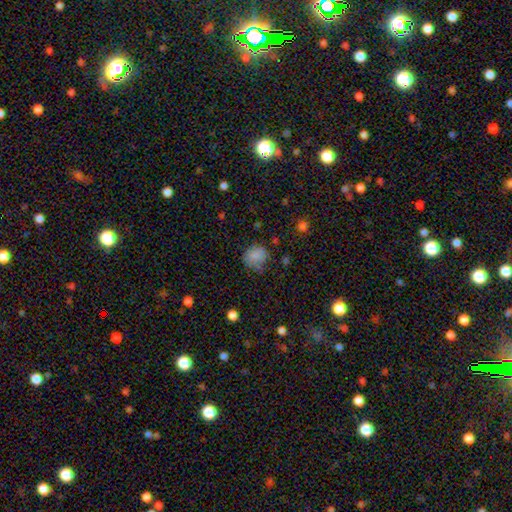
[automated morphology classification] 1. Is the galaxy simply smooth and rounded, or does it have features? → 81% smooth, 10% star or artifact, 8% featured or disk.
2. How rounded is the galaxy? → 77% round, 22% in between, 1% cigar-shaped.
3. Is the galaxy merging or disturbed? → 63% none, 27% minor disturbance, 8% major disturbance, 2% merger.